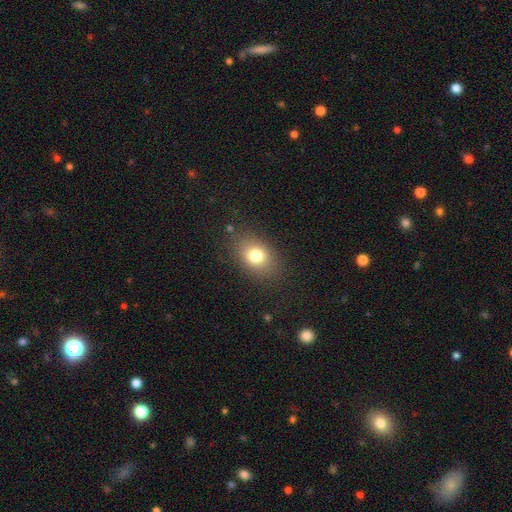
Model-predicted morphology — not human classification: smooth_or_featured: smooth (p=0.78) [alt: star or artifact p=0.12]
how_rounded: in between (p=0.68) [alt: round p=0.31]
merging: none (p=0.82) [alt: minor disturbance p=0.11]